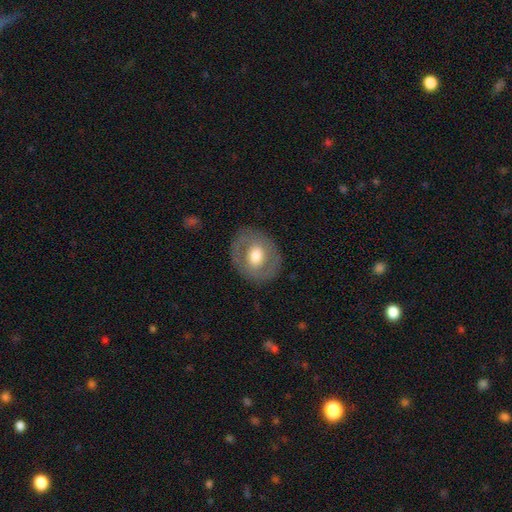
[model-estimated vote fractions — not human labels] This is possibly a featured or disk galaxy (47%, tied with smooth). Merging: clearly none (83%).